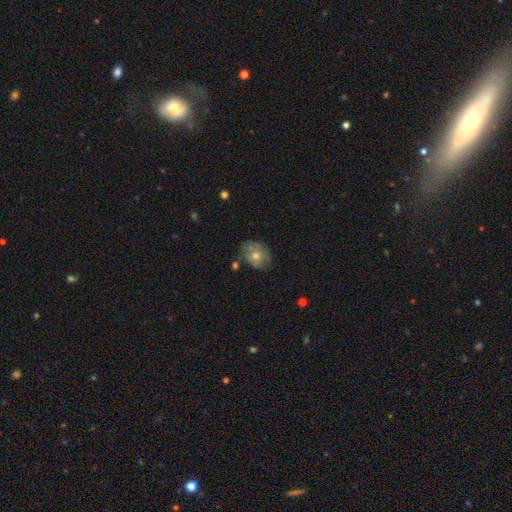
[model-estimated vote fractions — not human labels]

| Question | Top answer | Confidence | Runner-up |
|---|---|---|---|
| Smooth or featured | smooth | 50% | featured or disk (39%) |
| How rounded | in between | 58% | round (41%) |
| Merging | none | 71% | minor disturbance (20%) |